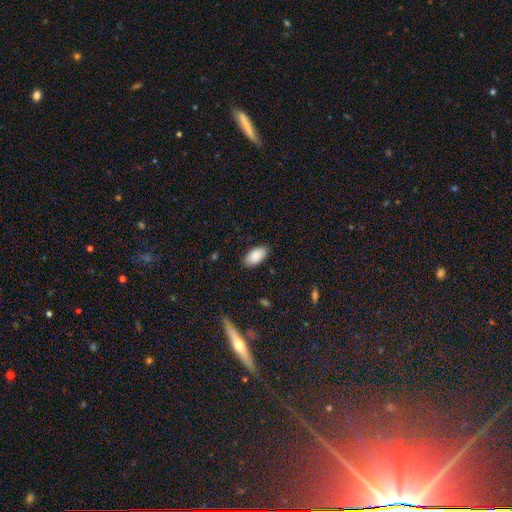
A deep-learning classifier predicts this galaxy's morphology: Smooth or featured?
  - smooth: 89% *
  - star or artifact: 6%
  - featured or disk: 5%
How rounded?
  - in between: 95% *
  - cigar-shaped: 3%
  - round: 2%
Merging?
  - none: 85% *
  - minor disturbance: 11%
  - major disturbance: 2%
  - merger: 1%